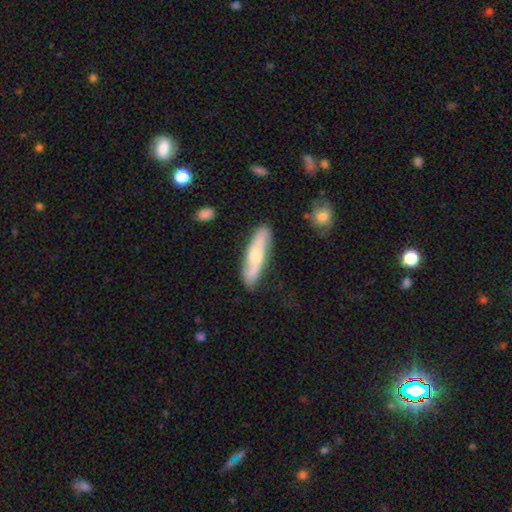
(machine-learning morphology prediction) This appears to be a featured or disk galaxy (51%). Merging: none (83%).